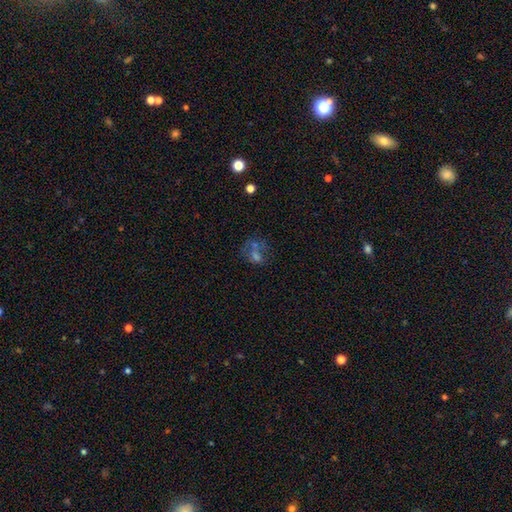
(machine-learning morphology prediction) A smooth galaxy with no disk features (39%). Merging: none (38%).